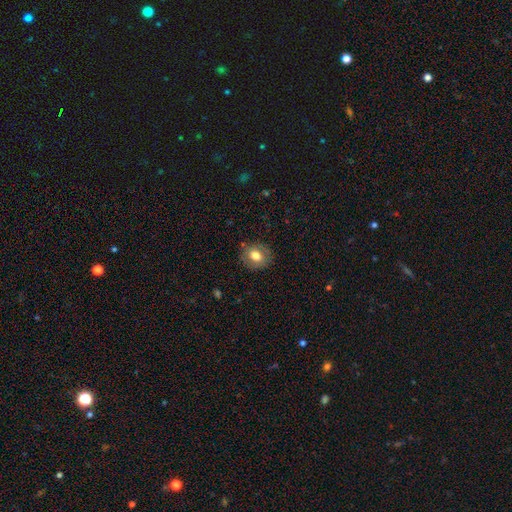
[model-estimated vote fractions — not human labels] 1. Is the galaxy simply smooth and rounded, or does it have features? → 70% smooth, 21% featured or disk, 8% star or artifact.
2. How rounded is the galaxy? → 67% round, 32% in between, 1% cigar-shaped.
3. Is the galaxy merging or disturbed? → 83% none, 12% minor disturbance, 4% major disturbance, 1% merger.